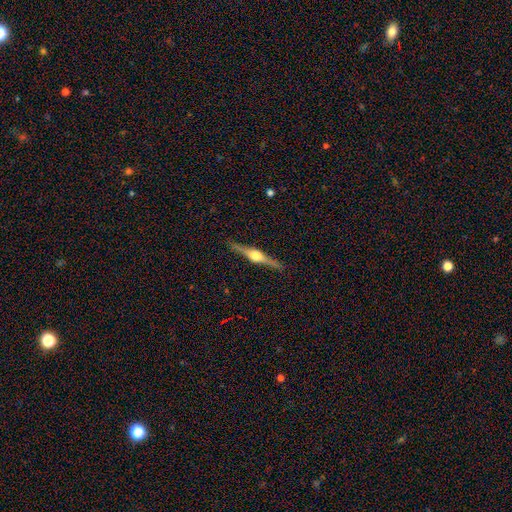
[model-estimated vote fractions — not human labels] A featured or disk galaxy (82%) viewed edge-on (98%) with a rounded central bulge (94%). Merging: none (91%).